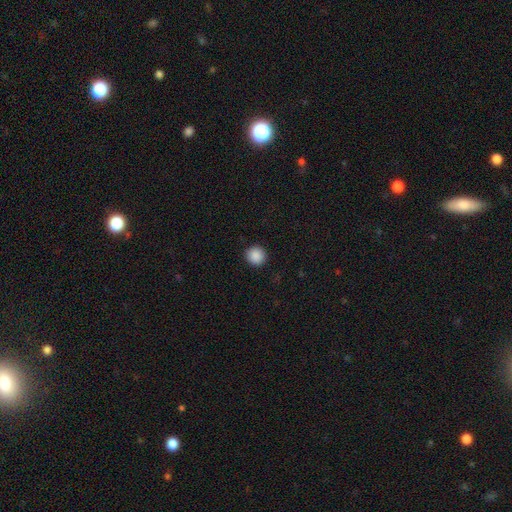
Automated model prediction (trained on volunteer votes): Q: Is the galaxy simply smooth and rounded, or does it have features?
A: smooth — 89%.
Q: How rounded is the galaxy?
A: round — 95%.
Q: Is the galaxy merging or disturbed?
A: none — 92%.